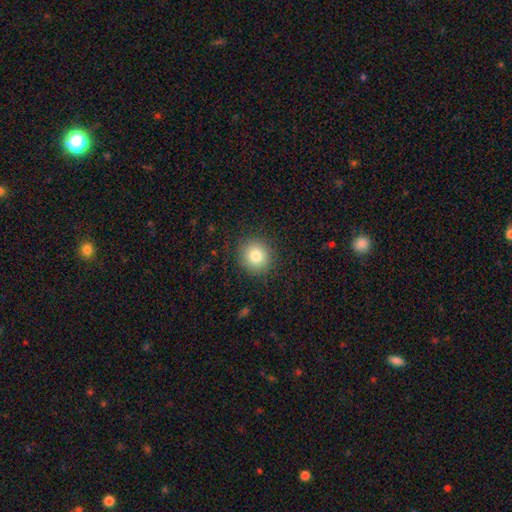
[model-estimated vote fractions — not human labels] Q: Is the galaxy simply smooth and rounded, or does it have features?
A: smooth — 81%.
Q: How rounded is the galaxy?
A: round — 90%.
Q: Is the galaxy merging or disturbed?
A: none — 88%.